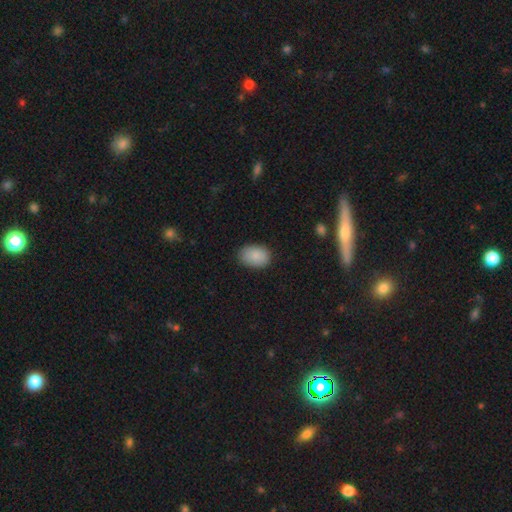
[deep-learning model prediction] The model was most divided on "how rounded": in between: 82%, round: 17%, cigar-shaped: 1%. More confident: smooth or featured — smooth (88%); merging — none (84%).